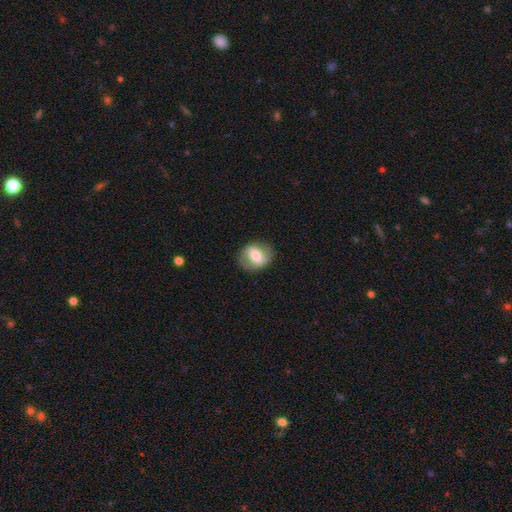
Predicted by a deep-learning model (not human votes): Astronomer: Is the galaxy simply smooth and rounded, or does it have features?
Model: featured or disk — 50% (runner-up: smooth, 43%).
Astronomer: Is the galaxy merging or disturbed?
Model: none — 82%.